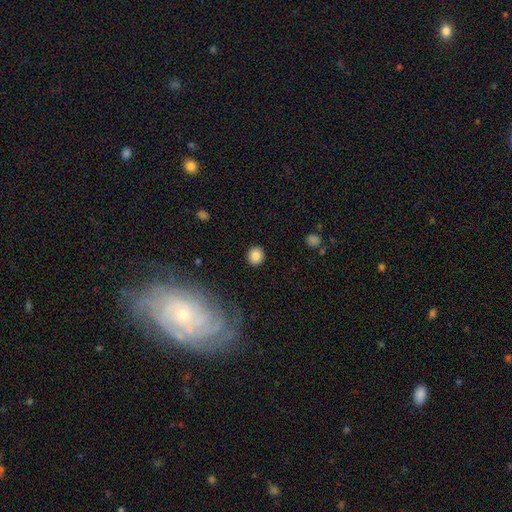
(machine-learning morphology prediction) Smooth or featured? smooth (85%)
How rounded? round (88%)
Merging? none (91%)